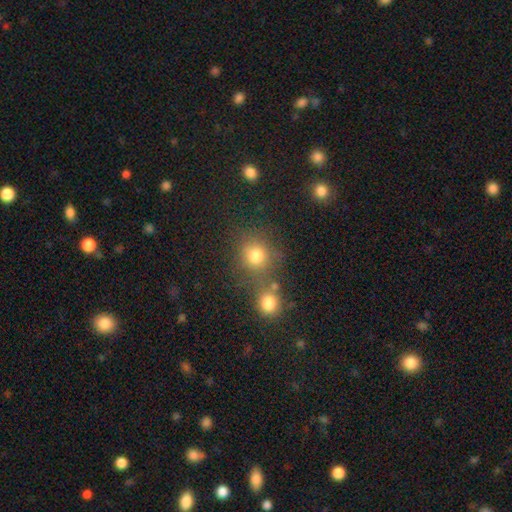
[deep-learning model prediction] Overall: smooth (77%). How rounded: round (85%). Merging: none (59%; merger 27%).